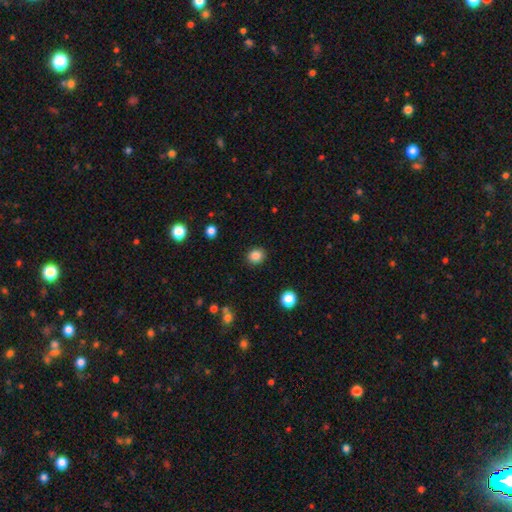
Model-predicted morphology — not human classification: Overall: smooth (85%). How rounded: round (75%). Merging: none (89%).